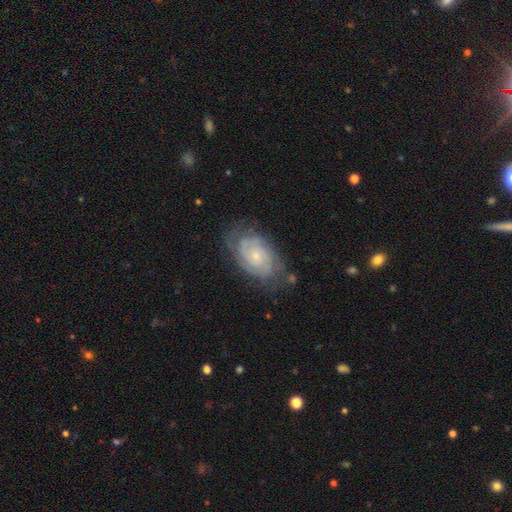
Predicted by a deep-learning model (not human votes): Q: Smooth or featured?
A: featured or disk (79%); runner-up: smooth (15%)
Q: Edge-on disk?
A: no (97%); runner-up: yes (3%)
Q: Bar?
A: no (75%); runner-up: weak (22%)
Q: Spiral arms?
A: yes (94%); runner-up: no (6%)
Q: Spiral winding?
A: tight (67%); runner-up: medium (27%)
Q: Spiral arm count?
A: 2 (36%); runner-up: can't tell (33%)
Q: Bulge size?
A: small (72%); runner-up: moderate (22%)
Q: Merging?
A: none (69%); runner-up: minor disturbance (21%)